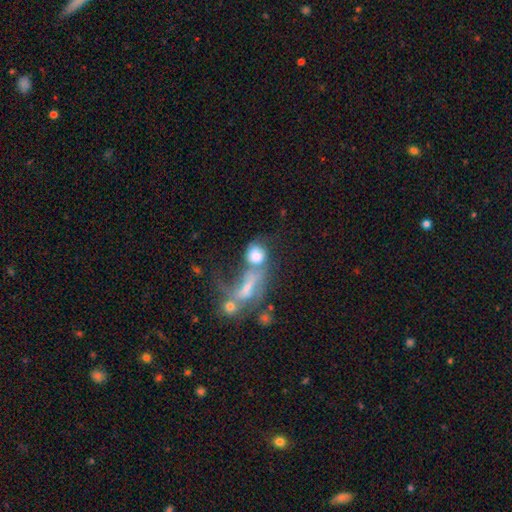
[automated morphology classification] Smooth or featured: smooth — 64% (featured or disk — 25%)
How rounded: round — 56% (in between — 40%)
Merging: merger — 56% (none — 20%)